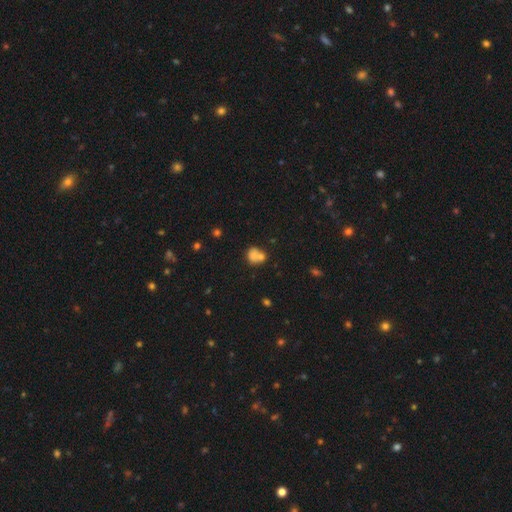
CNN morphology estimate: A smooth galaxy with no disk features (73%) that is round (65%). Merging: merger (52%).